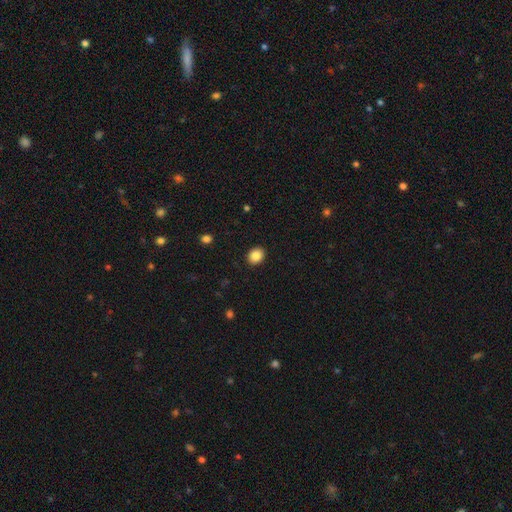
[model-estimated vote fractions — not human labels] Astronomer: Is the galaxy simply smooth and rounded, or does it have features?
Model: smooth — 86%.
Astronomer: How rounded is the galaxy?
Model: round — 60% (runner-up: in between, 39%).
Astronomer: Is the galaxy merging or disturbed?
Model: none — 91%.